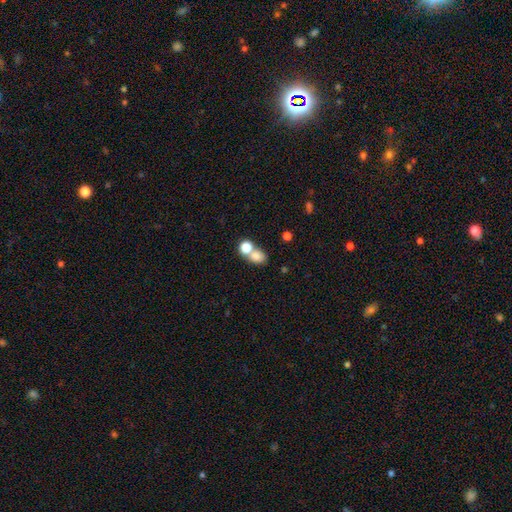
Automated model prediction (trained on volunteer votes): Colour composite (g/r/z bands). It shows a smooth galaxy with no disk features (78%) that is in between round and cigar-shaped (50%). Merging: merger (53%).